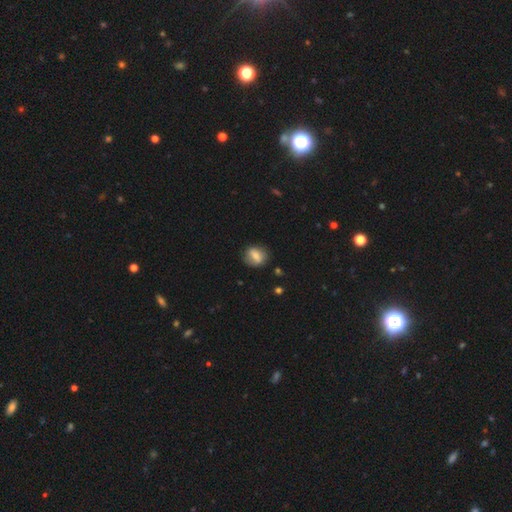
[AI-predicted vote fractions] This appears to be a smooth galaxy with no disk features (62%) that is round (54%). Merging: none (76%).